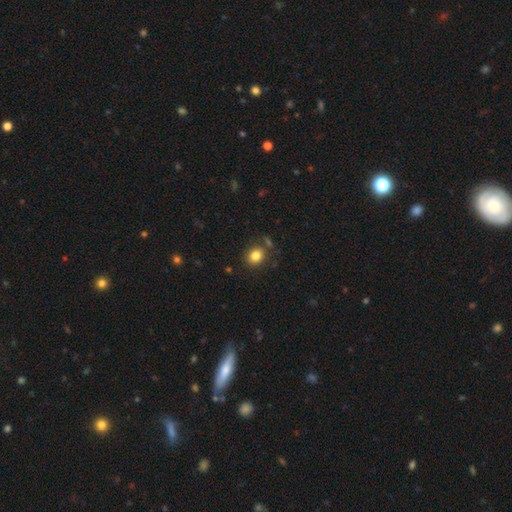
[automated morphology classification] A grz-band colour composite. It shows a smooth galaxy with no disk features (82%) that is round (70%). Merging: none (80%).